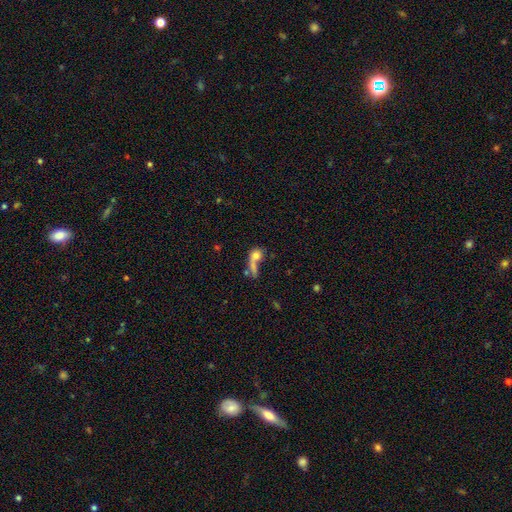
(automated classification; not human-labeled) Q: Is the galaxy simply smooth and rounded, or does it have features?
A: smooth — 52%.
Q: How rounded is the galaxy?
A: round — 46%.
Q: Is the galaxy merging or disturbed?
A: merger — 40%.